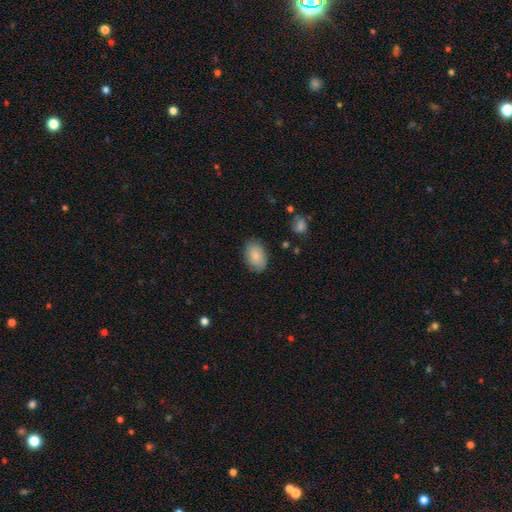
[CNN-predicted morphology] This is clearly a smooth galaxy (84%). How rounded: clearly in between (88%). Merging: likely none (80%).